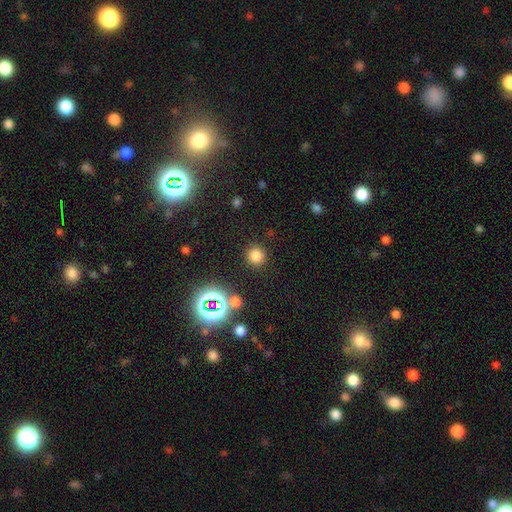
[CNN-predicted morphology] Smooth or featured? Predicted: smooth (p=0.76). How rounded? Predicted: round (p=0.92). Merging? Predicted: none (p=0.87).